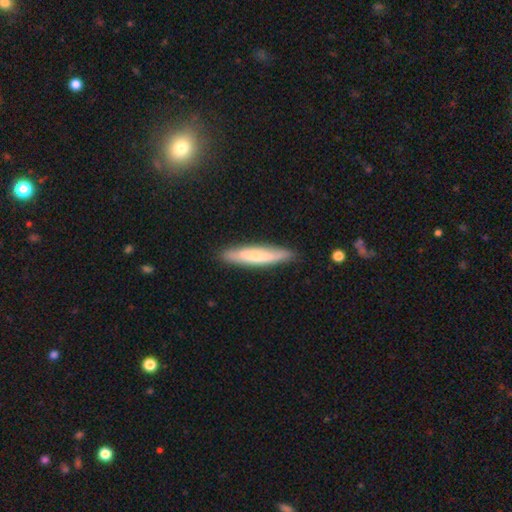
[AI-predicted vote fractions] This appears to be a smooth galaxy with no disk features (49%). Merging: none (88%).